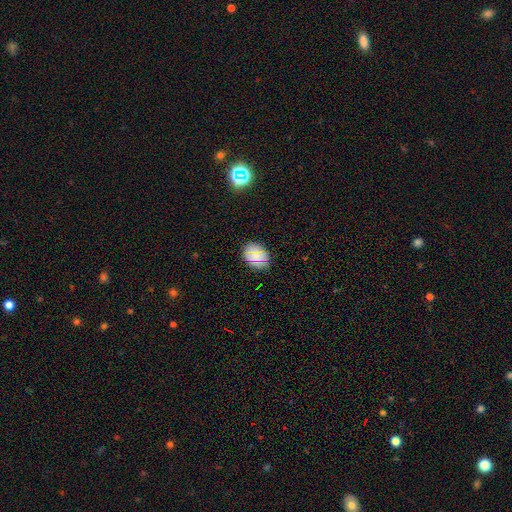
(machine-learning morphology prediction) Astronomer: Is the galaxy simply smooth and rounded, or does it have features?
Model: smooth — 71%.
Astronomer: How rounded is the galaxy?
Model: in between — 63%.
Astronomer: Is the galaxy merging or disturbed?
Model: none — 86%.